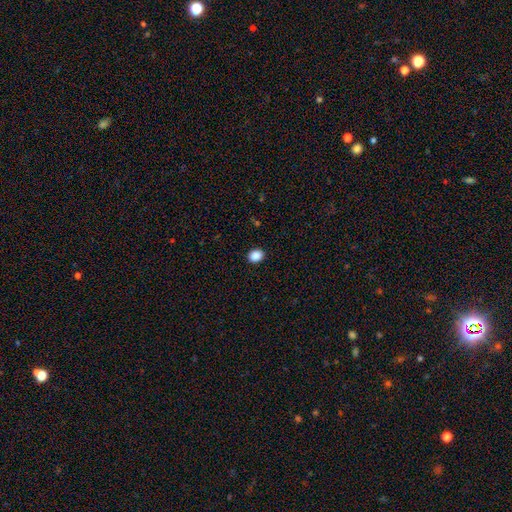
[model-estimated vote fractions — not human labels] This appears to be a smooth galaxy with no disk features (89%) that is round (53%). Merging: none (91%).